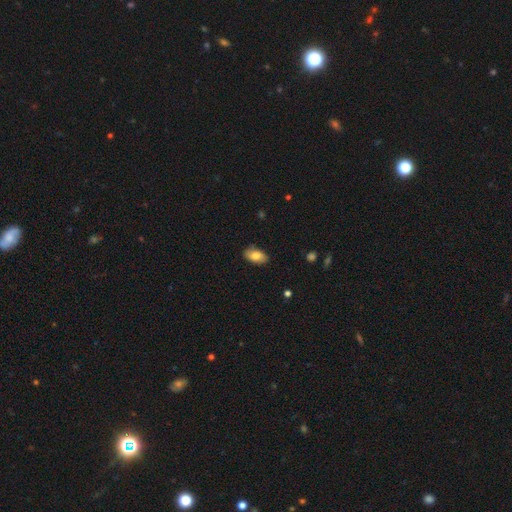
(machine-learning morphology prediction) Q: Smooth or featured?
A: smooth (80%); runner-up: featured or disk (13%)
Q: How rounded?
A: in between (93%); runner-up: round (5%)
Q: Merging?
A: none (84%); runner-up: minor disturbance (13%)